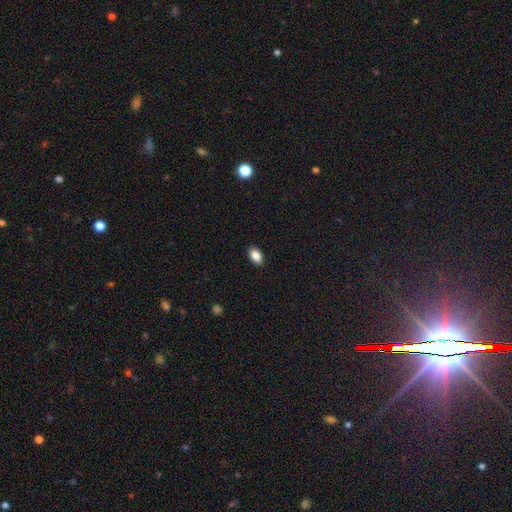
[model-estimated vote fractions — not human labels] A smooth galaxy with no disk features (87%) that is in between round and cigar-shaped (91%).

Vote fractions:
- Smooth or featured? smooth: 87% / star or artifact: 8% / featured or disk: 5%
- How rounded? in between: 91% / round: 7% / cigar-shaped: 2%
- Merging? none: 90% / minor disturbance: 7% / major disturbance: 2% / merger: 1%